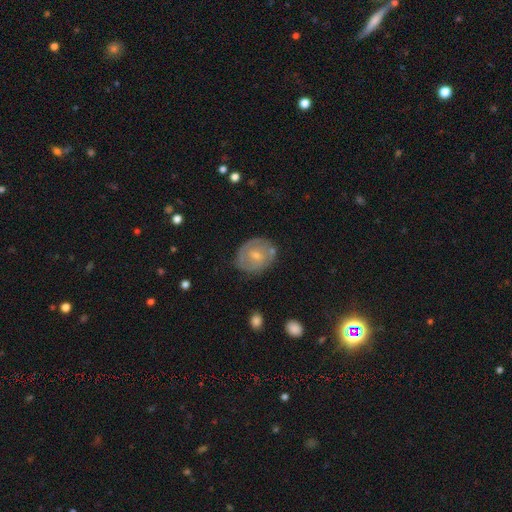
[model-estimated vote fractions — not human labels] The model was most divided on "bar": no: 48%, weak: 43%, strong: 8%. More confident: edge-on disk — no (97%); spiral arms — yes (73%); merging — none (71%); smooth or featured — featured or disk (64%); bulge size — small (60%).